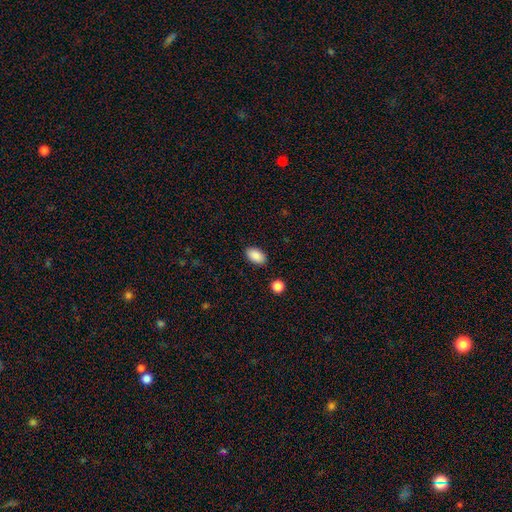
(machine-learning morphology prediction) smooth-or-featured: smooth: 89% | star or artifact: 7% | featured or disk: 4%
  how-rounded: in between: 93% | round: 5% | cigar-shaped: 1%
  merging: none: 88% | minor disturbance: 8% | major disturbance: 2% | merger: 2%